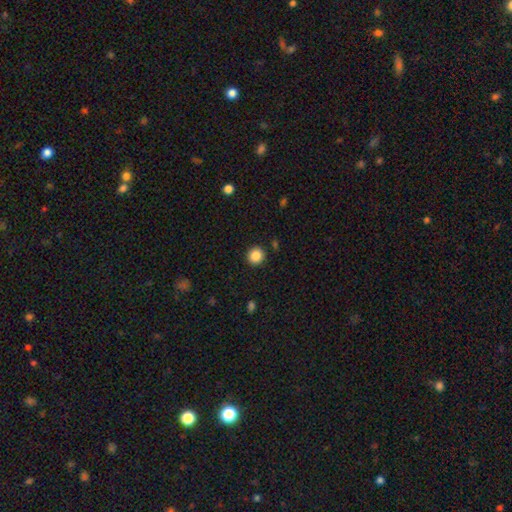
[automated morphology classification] smooth 86%, star or artifact 10%, featured or disk 4%. Down the decision tree: how rounded — round (93%); merging — none (91%).